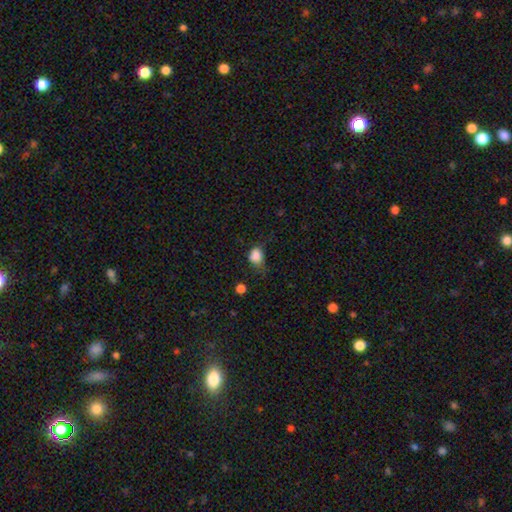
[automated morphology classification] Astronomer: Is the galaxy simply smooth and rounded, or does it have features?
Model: smooth — 84%.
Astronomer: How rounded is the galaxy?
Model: round — 51% (runner-up: in between, 48%).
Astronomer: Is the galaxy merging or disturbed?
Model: none — 41% (runner-up: minor disturbance, 40%).